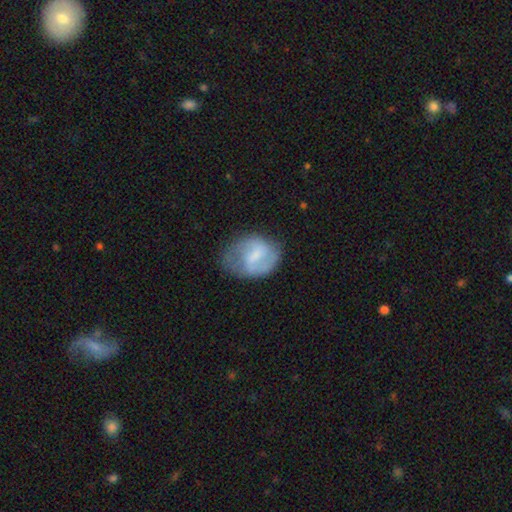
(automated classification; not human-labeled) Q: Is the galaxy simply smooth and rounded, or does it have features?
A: featured or disk — 56%.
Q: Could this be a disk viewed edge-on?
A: no — 97%.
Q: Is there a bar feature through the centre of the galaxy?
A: weak — 52%.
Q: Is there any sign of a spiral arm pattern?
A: yes — 74%.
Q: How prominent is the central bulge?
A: small — 36%.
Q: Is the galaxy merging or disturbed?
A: none — 54%.